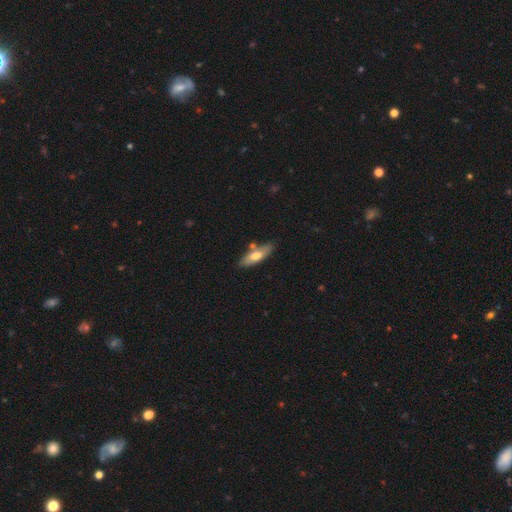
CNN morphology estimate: Smooth or featured: smooth — 63% (featured or disk — 31%)
How rounded: in between — 54% (cigar-shaped — 44%)
Merging: none — 72% (minor disturbance — 15%)